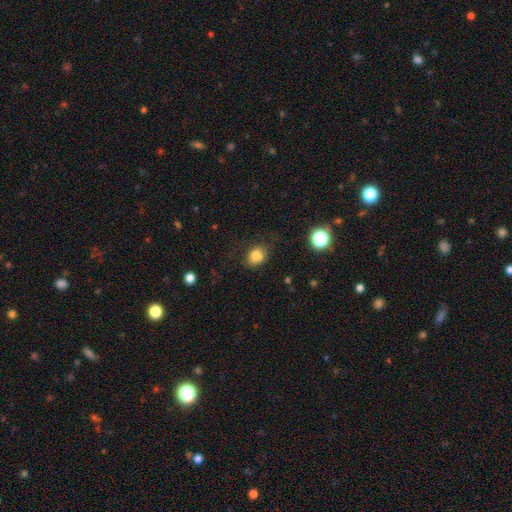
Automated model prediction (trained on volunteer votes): The model was most divided on "how rounded": in between: 50%, round: 49%, cigar-shaped: 1%. More confident: smooth or featured — smooth (81%); merging — none (71%).